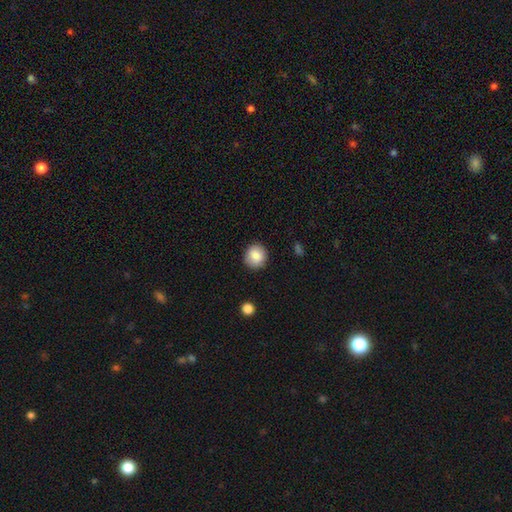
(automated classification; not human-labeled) smooth_or_featured: smooth (p=0.86) [alt: star or artifact p=0.08]
how_rounded: round (p=0.88) [alt: in between p=0.11]
merging: none (p=0.89) [alt: minor disturbance p=0.08]